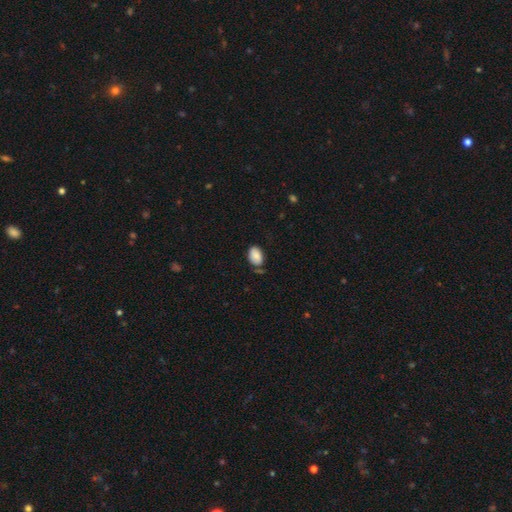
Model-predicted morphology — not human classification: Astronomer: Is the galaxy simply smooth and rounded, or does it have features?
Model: smooth — 85%.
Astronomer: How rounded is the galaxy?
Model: in between — 88%.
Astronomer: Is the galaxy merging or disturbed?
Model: none — 62%.